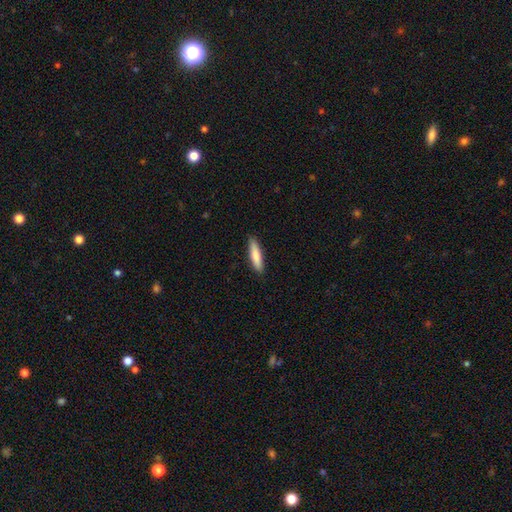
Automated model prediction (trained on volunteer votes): Q: Smooth or featured?
A: smooth (79%); runner-up: featured or disk (15%)
Q: How rounded?
A: cigar-shaped (76%); runner-up: in between (23%)
Q: Merging?
A: none (89%); runner-up: minor disturbance (8%)